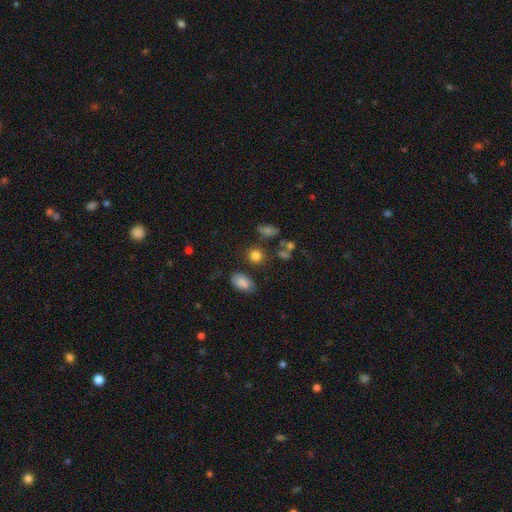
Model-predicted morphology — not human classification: A smooth galaxy with no disk features (80%) that is round (75%). Merging: none (75%).